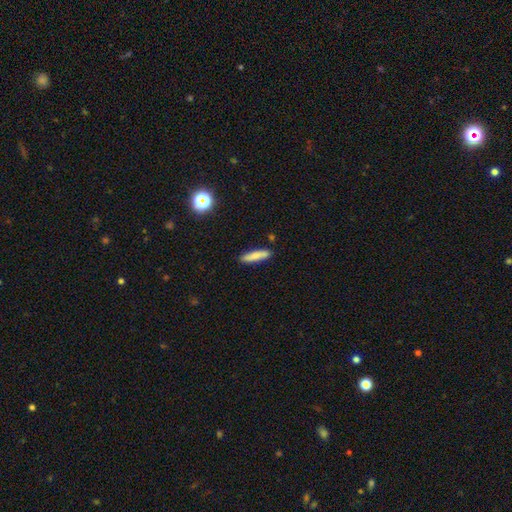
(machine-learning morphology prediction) smooth-or-featured: smooth: 79% | featured or disk: 13% | star or artifact: 7%
  how-rounded: cigar-shaped: 82% | in between: 17% | round: 2%
  merging: none: 86% | minor disturbance: 9% | merger: 3% | major disturbance: 2%